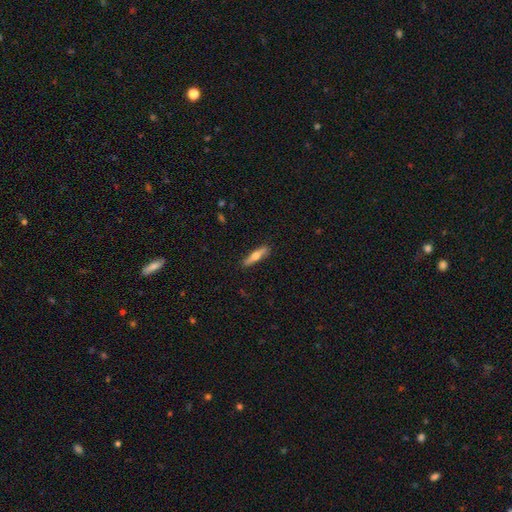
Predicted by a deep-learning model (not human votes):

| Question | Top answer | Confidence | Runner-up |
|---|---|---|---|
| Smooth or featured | smooth | 52% | featured or disk (42%) |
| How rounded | cigar-shaped | 79% | in between (19%) |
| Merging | none | 88% | minor disturbance (9%) |